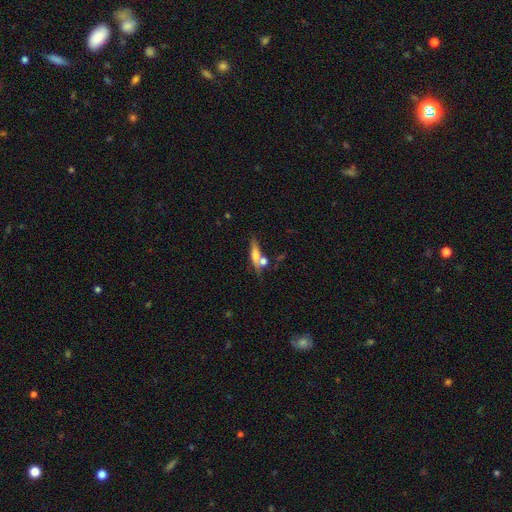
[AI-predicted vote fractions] Smooth or featured? Predicted: smooth (p=0.55). How rounded? Predicted: cigar-shaped (p=0.58). Merging? Predicted: none (p=0.45).